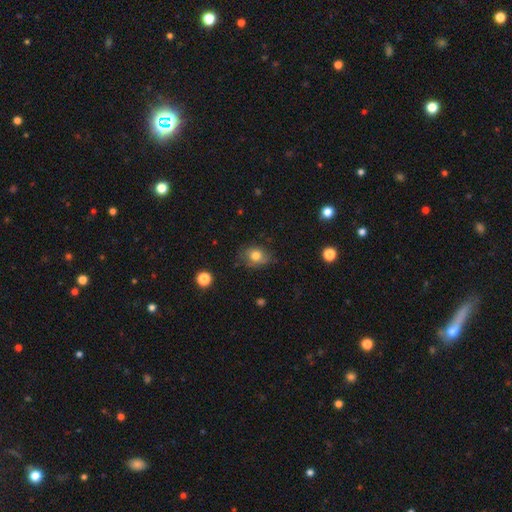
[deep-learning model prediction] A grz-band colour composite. It shows a smooth galaxy with no disk features (77%) that is in between round and cigar-shaped (58%). Merging: none (72%).